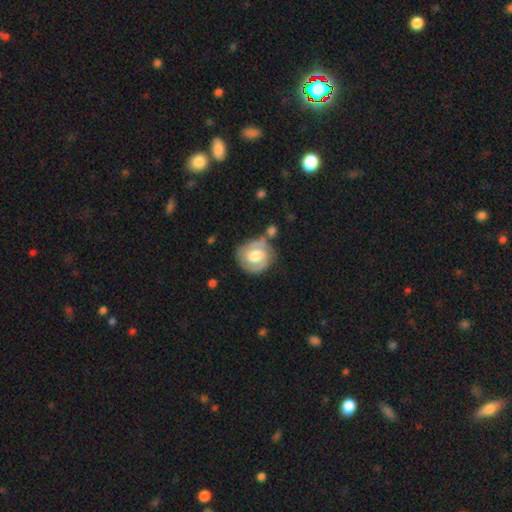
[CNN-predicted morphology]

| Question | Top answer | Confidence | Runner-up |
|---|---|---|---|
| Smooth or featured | featured or disk | 66% | smooth (28%) |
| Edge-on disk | no | 97% | yes (3%) |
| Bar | no | 53% | weak (39%) |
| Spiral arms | yes | 82% | no (18%) |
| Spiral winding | tight | 54% | medium (34%) |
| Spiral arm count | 2 | 69% | can't tell (14%) |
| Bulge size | moderate | 56% | large (33%) |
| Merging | none | 62% | minor disturbance (21%) |